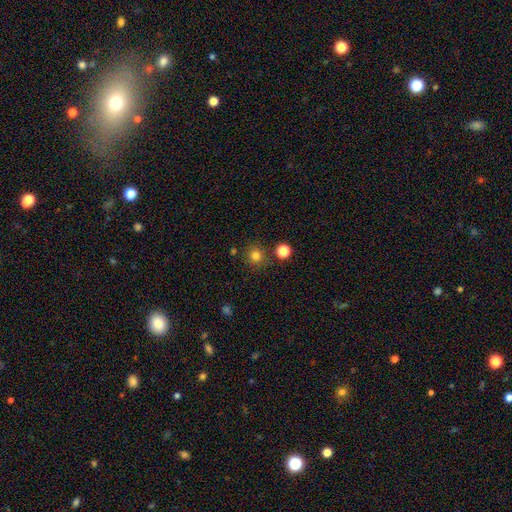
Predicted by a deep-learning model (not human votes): Smooth or featured?
  - smooth: 79% *
  - star or artifact: 15%
  - featured or disk: 6%
How rounded?
  - round: 93% *
  - in between: 7%
  - cigar-shaped: 1%
Merging?
  - none: 83% *
  - minor disturbance: 8%
  - merger: 6%
  - major disturbance: 3%